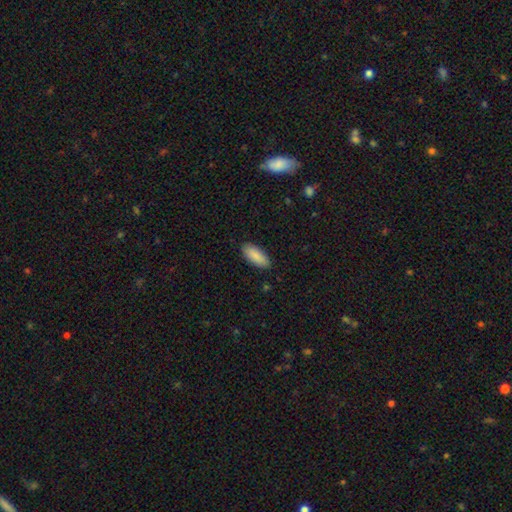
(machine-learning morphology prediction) Smooth or featured? smooth (89%)
How rounded? in between (81%)
Merging? none (88%)